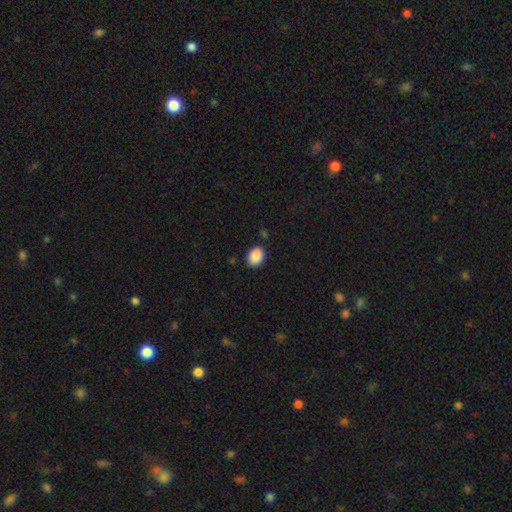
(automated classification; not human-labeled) Smooth or featured? Predicted: smooth (p=0.90). How rounded? Predicted: in between (p=0.61). Merging? Predicted: none (p=0.84).